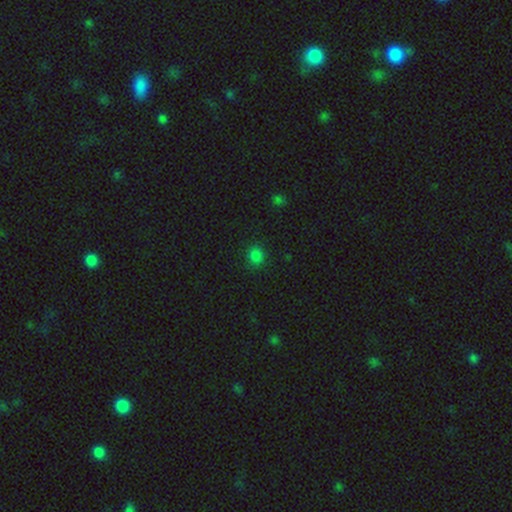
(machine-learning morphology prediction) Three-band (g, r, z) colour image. It shows a smooth galaxy with no disk features (80%) that is round (79%). Merging: none (87%).